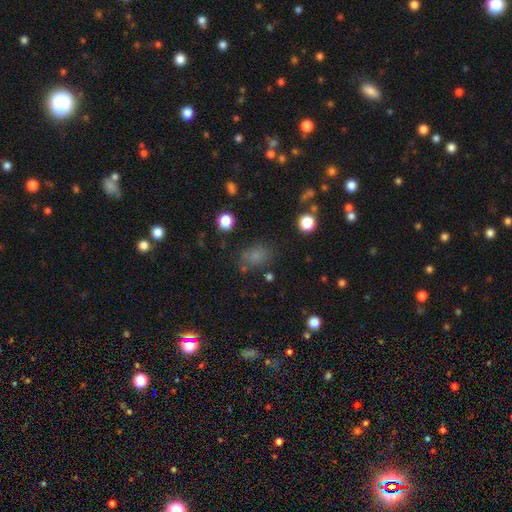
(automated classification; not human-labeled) This is likely a smooth galaxy (74%). How rounded: likely in between (72%). Merging: likely none (73%).